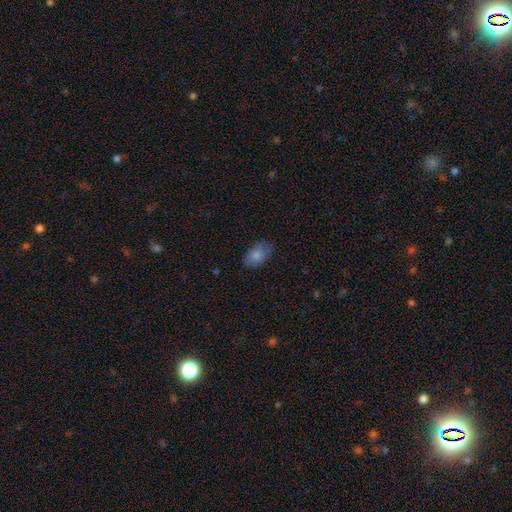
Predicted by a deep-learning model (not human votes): A smooth galaxy with no disk features (82%) that is in between round and cigar-shaped (92%). Merging: none (73%).